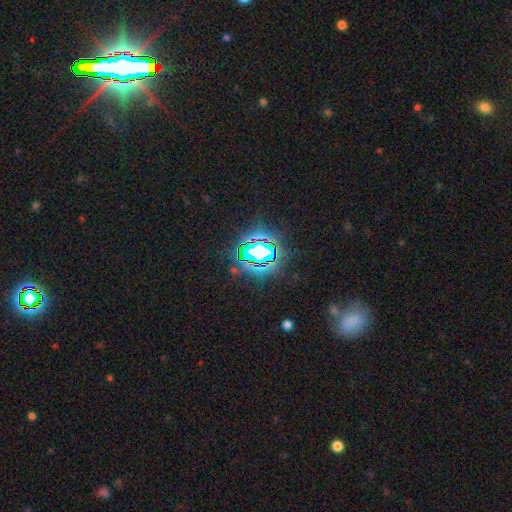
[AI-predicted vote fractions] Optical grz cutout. It shows a star or artifact, not a galaxy (79%).